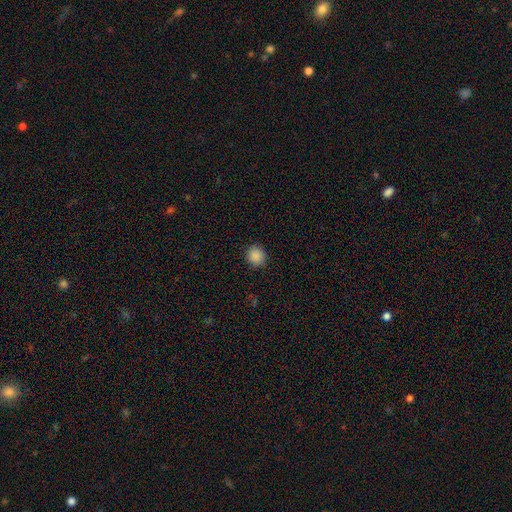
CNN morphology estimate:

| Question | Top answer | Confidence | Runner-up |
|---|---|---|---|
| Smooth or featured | smooth | 87% | star or artifact (10%) |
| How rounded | round | 87% | in between (12%) |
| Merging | none | 90% | minor disturbance (7%) |